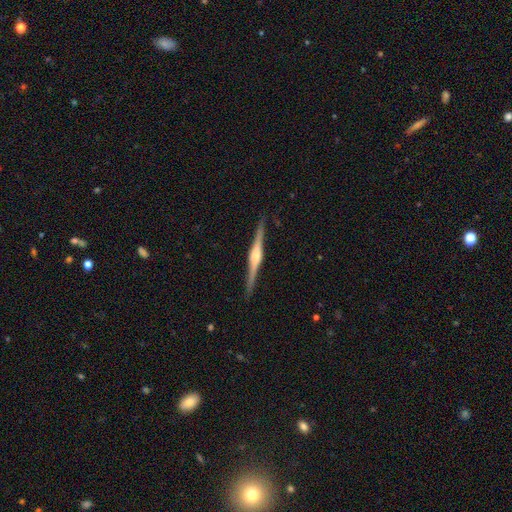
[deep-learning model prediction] smooth-or-featured: featured or disk: 83% | smooth: 12% | star or artifact: 5%
  disk-edge-on: yes: 98% | no: 2%
    edge-on-bulge: rounded: 78% | boxy: 18% | none: 4%
  merging: none: 91% | minor disturbance: 7% | major disturbance: 1% | merger: 1%